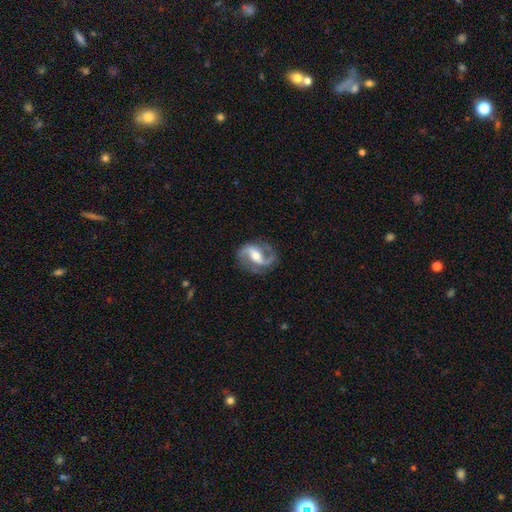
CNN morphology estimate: type=featured or disk (89%); edge-on=no (97%); bar=strong (41%); spiral arms=yes (96%); winding=medium (47%); arm count=2 (91%); bulge=moderate (65%); merging=none (79%).